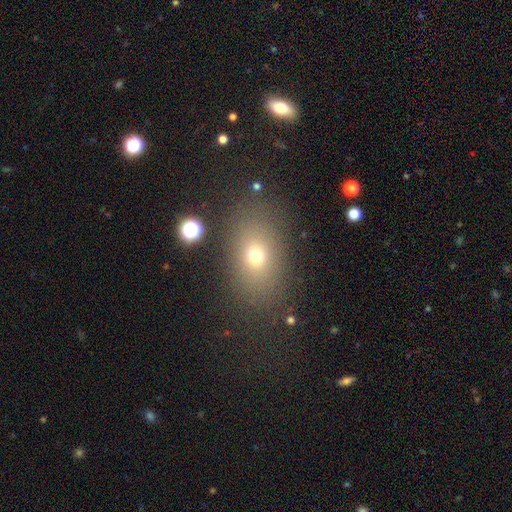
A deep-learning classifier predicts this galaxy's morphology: This is likely a smooth galaxy (68%). How rounded: likely in between (76%). Merging: clearly none (81%).